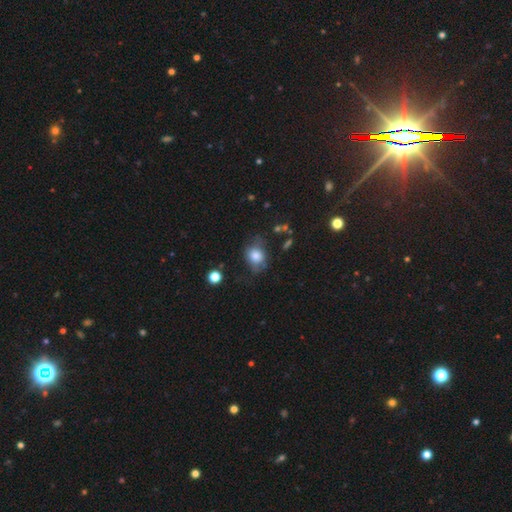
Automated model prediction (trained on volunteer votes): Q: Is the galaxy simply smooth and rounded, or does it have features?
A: smooth — 77%.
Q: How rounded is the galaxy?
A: round — 54%.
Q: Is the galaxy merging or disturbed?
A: none — 55%.